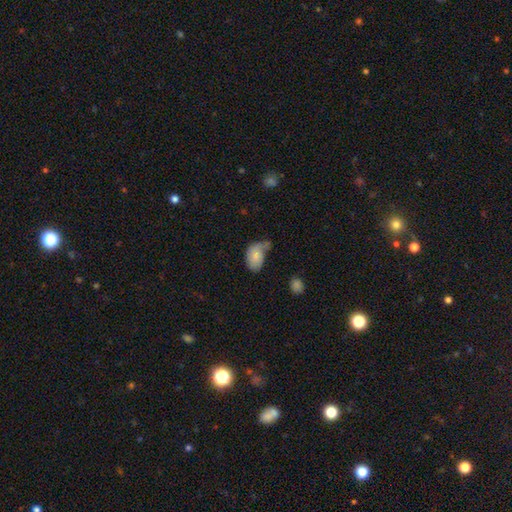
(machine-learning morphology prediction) smooth 77%, featured or disk 16%, star or artifact 7%. Down the decision tree: how rounded — in between (87%); merging — minor disturbance (35%).